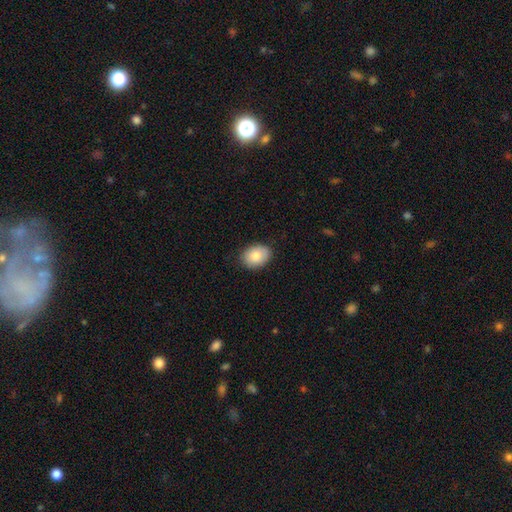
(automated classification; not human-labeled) smooth-or-featured: smooth: 82% | featured or disk: 11% | star or artifact: 8%
  how-rounded: in between: 70% | round: 29% | cigar-shaped: 1%
  merging: none: 84% | minor disturbance: 12% | major disturbance: 2% | merger: 1%